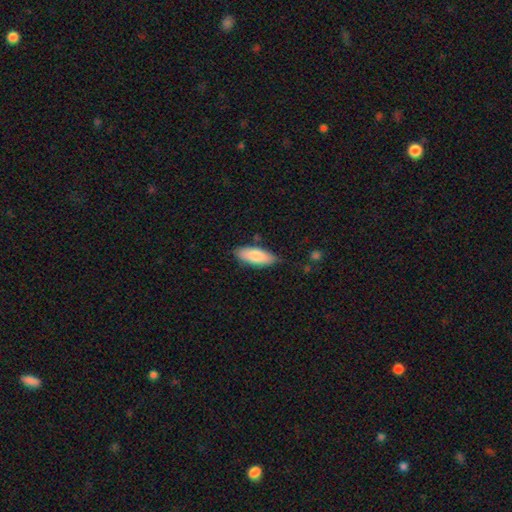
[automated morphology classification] Smooth or featured?
  - smooth: 84% *
  - featured or disk: 11%
  - star or artifact: 5%
How rounded?
  - in between: 77% *
  - cigar-shaped: 22%
  - round: 2%
Merging?
  - none: 79% *
  - minor disturbance: 16%
  - major disturbance: 3%
  - merger: 2%